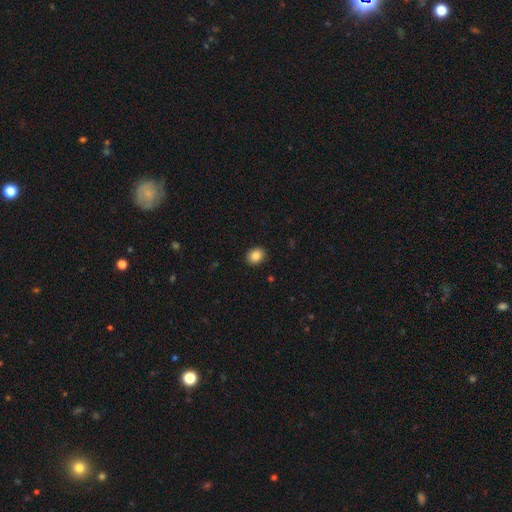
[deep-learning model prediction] Smooth or featured?
  - smooth: 87% *
  - star or artifact: 9%
  - featured or disk: 5%
How rounded?
  - round: 52% *
  - in between: 47%
  - cigar-shaped: 1%
Merging?
  - none: 91% *
  - minor disturbance: 6%
  - major disturbance: 2%
  - merger: 1%